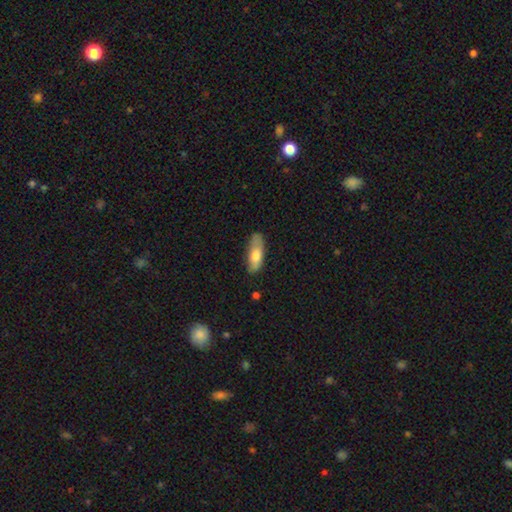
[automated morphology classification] A smooth galaxy with no disk features (73%) that is in between round and cigar-shaped (68%). Merging: none (69%).